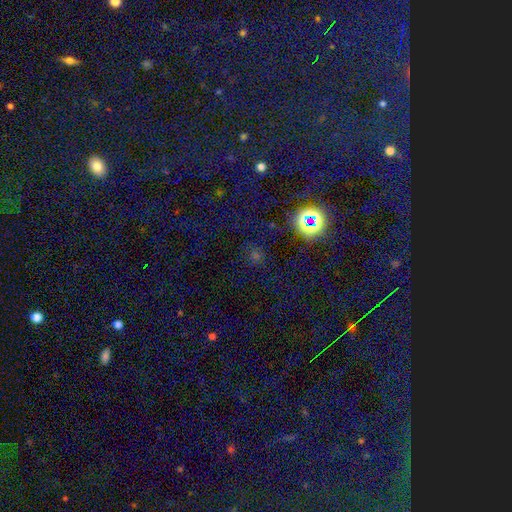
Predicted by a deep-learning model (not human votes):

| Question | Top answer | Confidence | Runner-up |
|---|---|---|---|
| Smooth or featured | star or artifact | 64% | smooth (29%) |